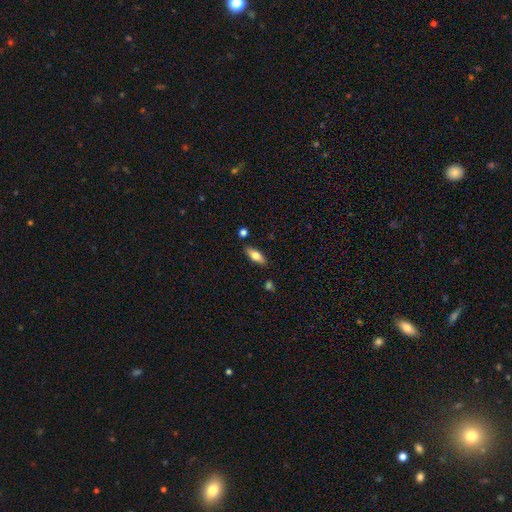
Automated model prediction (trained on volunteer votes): This is likely a smooth galaxy (71%). How rounded: likely in between (72%). Merging: clearly none (84%).